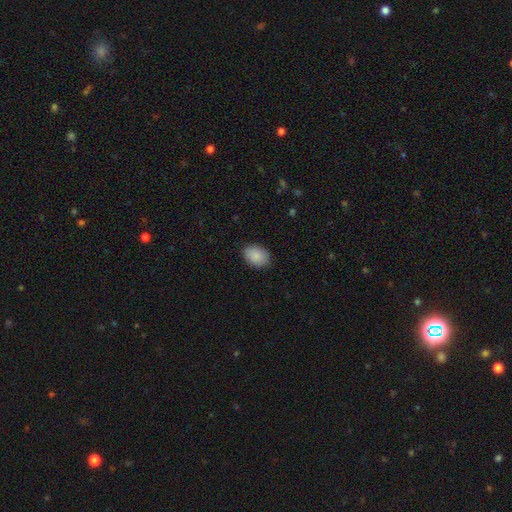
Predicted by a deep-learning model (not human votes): smooth 89%, star or artifact 7%, featured or disk 4%. Down the decision tree: how rounded — in between (80%); merging — none (86%).